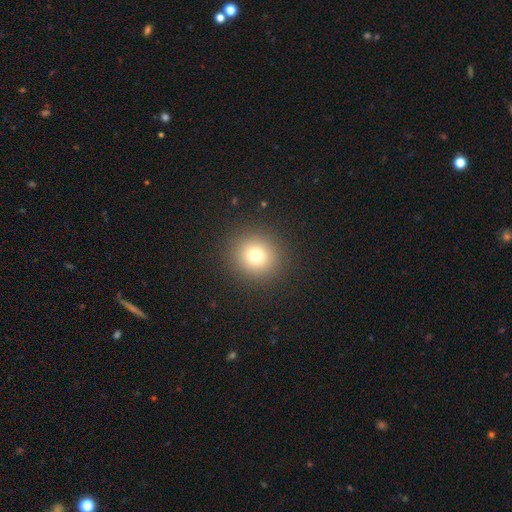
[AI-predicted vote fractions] Morphology: type=smooth (75%); roundness=round (92%); merging=none (91%).